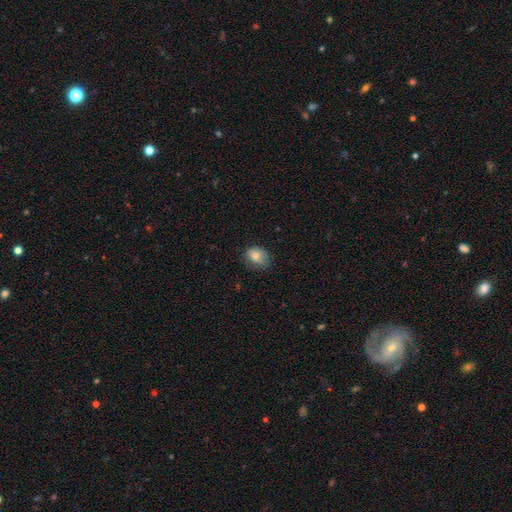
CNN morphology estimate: This is likely a smooth galaxy (80%). How rounded: possibly in between (58%). Merging: likely none (65%).